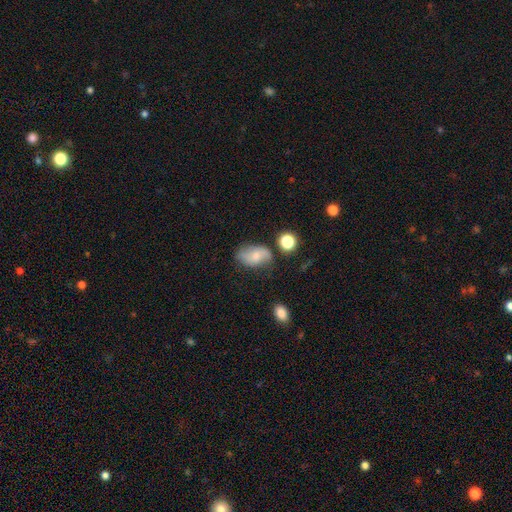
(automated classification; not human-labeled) This is possibly a smooth galaxy (55%). How rounded: clearly in between (86%). Merging: possibly none (58%).